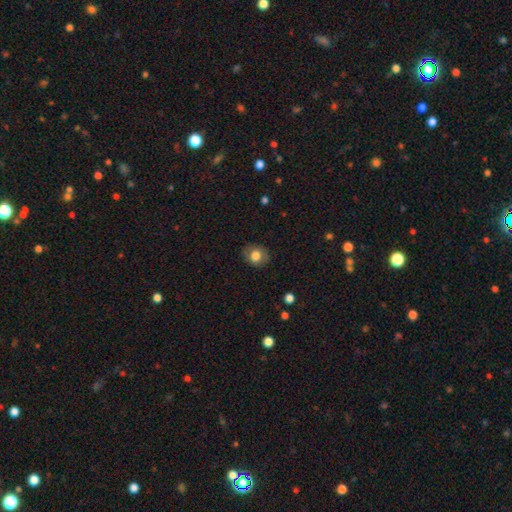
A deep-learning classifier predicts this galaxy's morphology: smooth 76%, featured or disk 16%, star or artifact 8%. Down the decision tree: how rounded — round (69%); merging — none (83%).